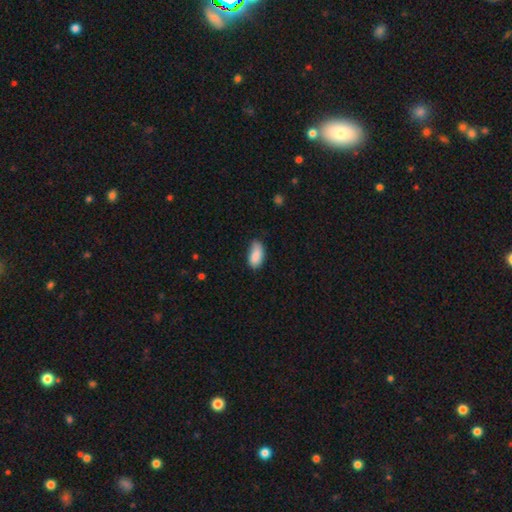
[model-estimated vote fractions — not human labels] A smooth galaxy with no disk features (86%) that is in between round and cigar-shaped (93%). Merging: none (61%).